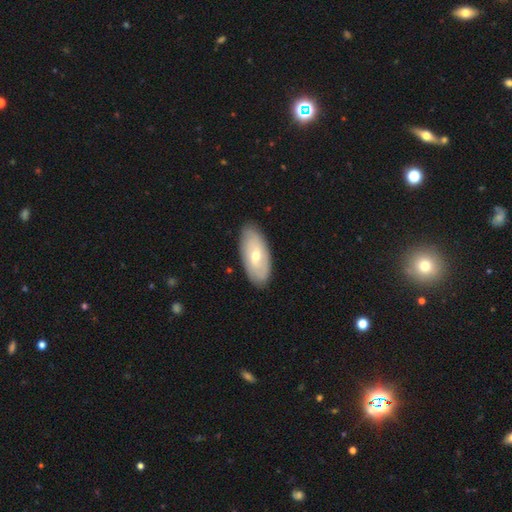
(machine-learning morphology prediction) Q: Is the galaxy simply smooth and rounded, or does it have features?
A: smooth — 49%.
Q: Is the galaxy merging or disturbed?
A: none — 87%.